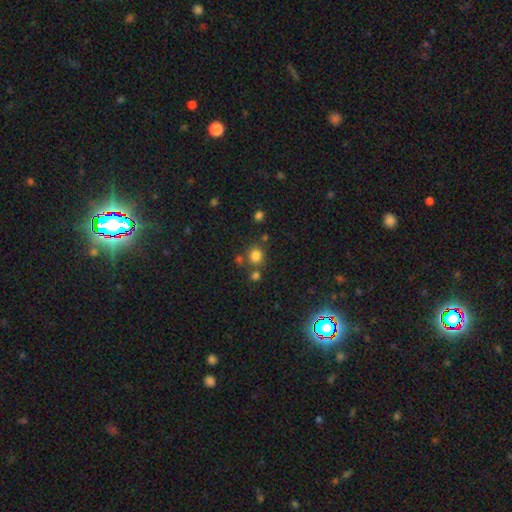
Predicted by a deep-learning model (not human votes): Overall: smooth (79%). How rounded: round (85%). Merging: none (73%).